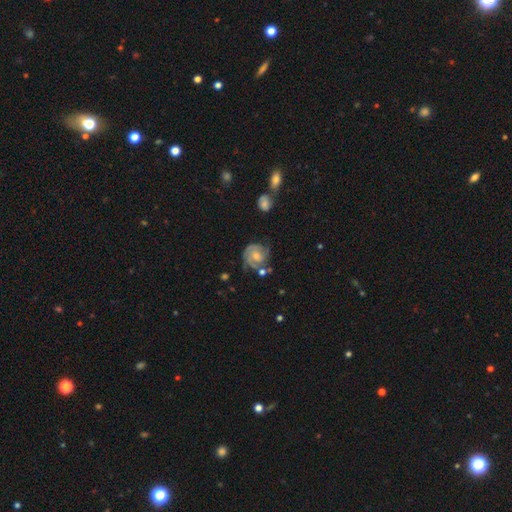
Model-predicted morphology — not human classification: Smooth or featured? featured or disk (74%)
Edge-on disk? no (98%)
Bar? no (64%)
Spiral arms? yes (92%)
Spiral winding? tight (59%)
Spiral arm count? 2 (41%)
Bulge size? moderate (50%)
Merging? none (58%)